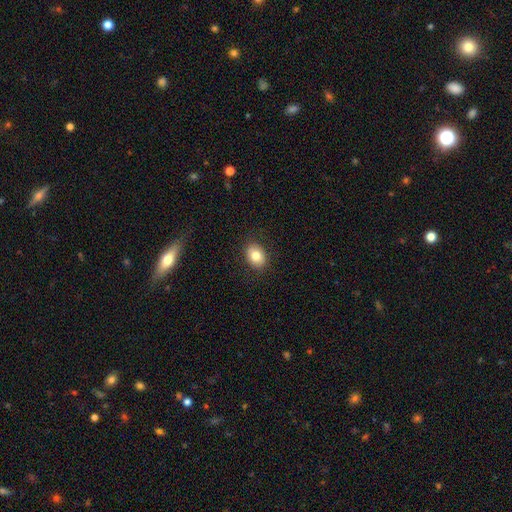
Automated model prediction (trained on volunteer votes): smooth-or-featured: smooth: 82% | featured or disk: 10% | star or artifact: 9%
  how-rounded: in between: 67% | round: 32% | cigar-shaped: 1%
  merging: none: 88% | minor disturbance: 9% | major disturbance: 3% | merger: 1%